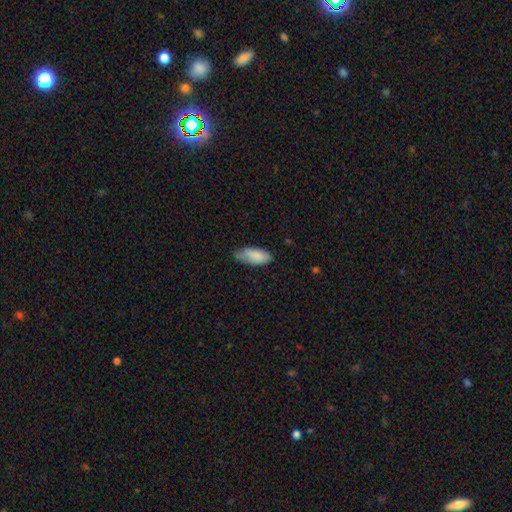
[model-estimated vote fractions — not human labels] Smooth or featured: smooth — 82% (featured or disk — 12%)
How rounded: in between — 85% (cigar-shaped — 13%)
Merging: none — 54% (minor disturbance — 37%)